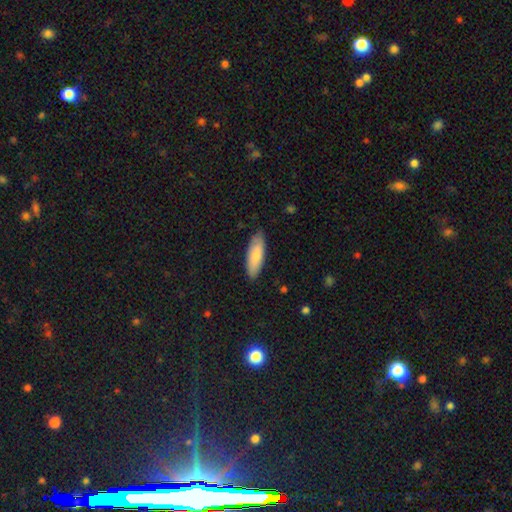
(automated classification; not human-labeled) This appears to be a smooth galaxy with no disk features (80%) that is in between round and cigar-shaped (62%). Merging: none (84%).